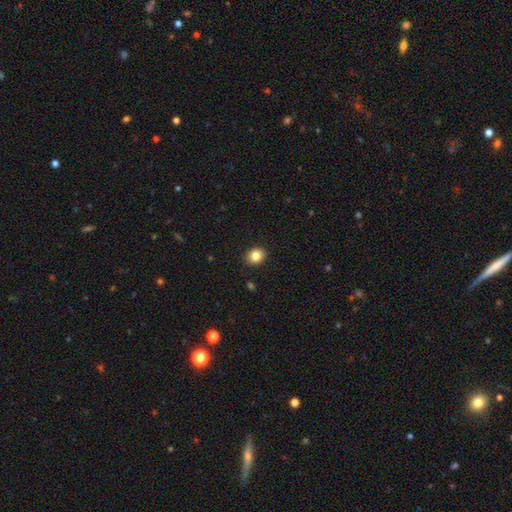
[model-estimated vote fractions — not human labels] smooth_or_featured: smooth (p=0.84) [alt: star or artifact p=0.10]
how_rounded: round (p=0.59) [alt: in between p=0.40]
merging: none (p=0.90) [alt: minor disturbance p=0.07]